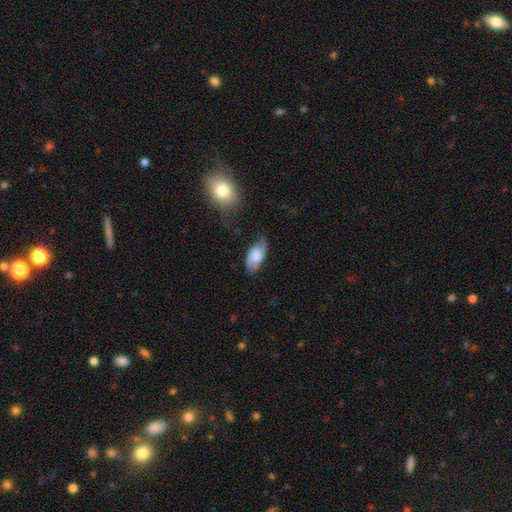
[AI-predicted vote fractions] A smooth galaxy with no disk features (47%).

Vote fractions:
- Smooth or featured? smooth: 47% / featured or disk: 45% / star or artifact: 8%
- Merging? none: 60% / minor disturbance: 27% / major disturbance: 10% / merger: 3%